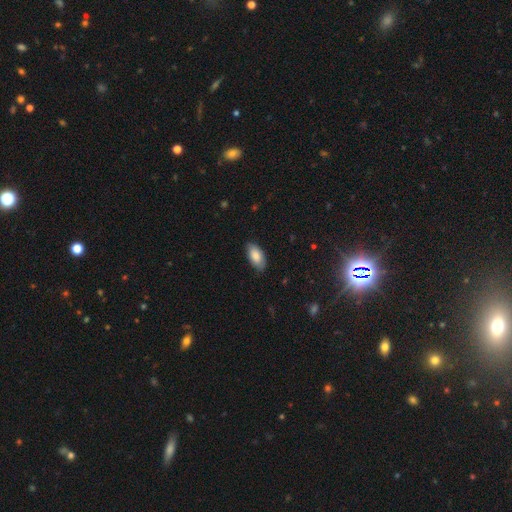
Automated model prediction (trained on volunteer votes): Smooth or featured? Predicted: smooth (p=0.84). How rounded? Predicted: in between (p=0.93). Merging? Predicted: none (p=0.82).